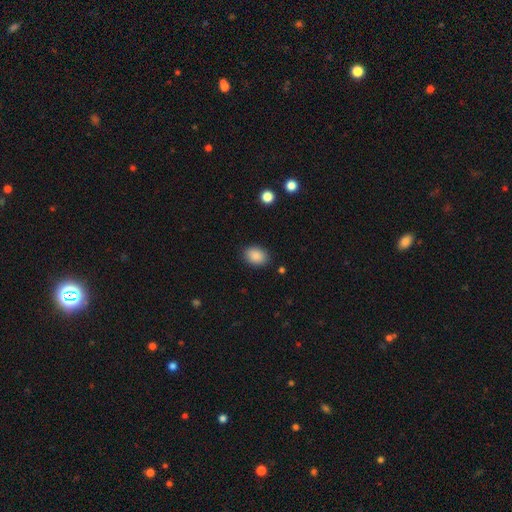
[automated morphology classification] smooth 88%, star or artifact 8%, featured or disk 3%. Down the decision tree: how rounded — in between (72%); merging — none (86%).